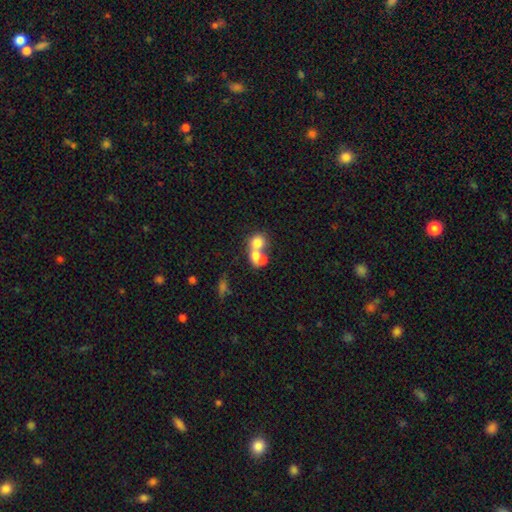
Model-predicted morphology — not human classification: smooth-or-featured: smooth: 65% | featured or disk: 24% | star or artifact: 11%
  how-rounded: round: 66% | in between: 33% | cigar-shaped: 1%
  merging: merger: 70% | none: 21% | minor disturbance: 5% | major disturbance: 4%